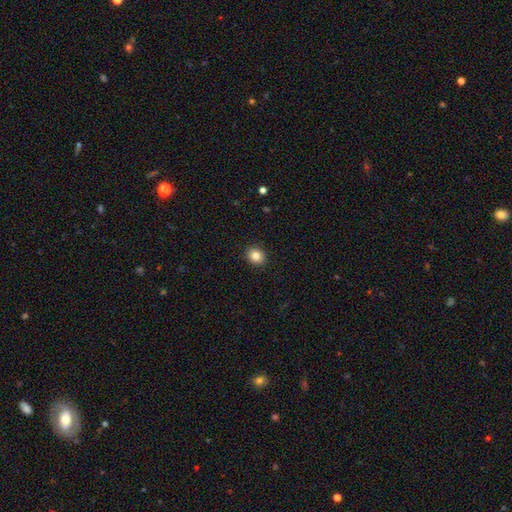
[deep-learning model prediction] A smooth galaxy with no disk features (85%) that is round (75%). Merging: none (91%).